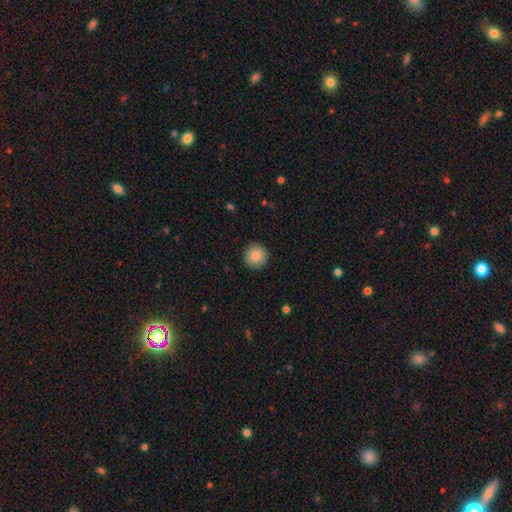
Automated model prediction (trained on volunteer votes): smooth_or_featured: smooth (p=0.87) [alt: star or artifact p=0.08]
how_rounded: round (p=0.95) [alt: in between p=0.04]
merging: none (p=0.91) [alt: minor disturbance p=0.06]